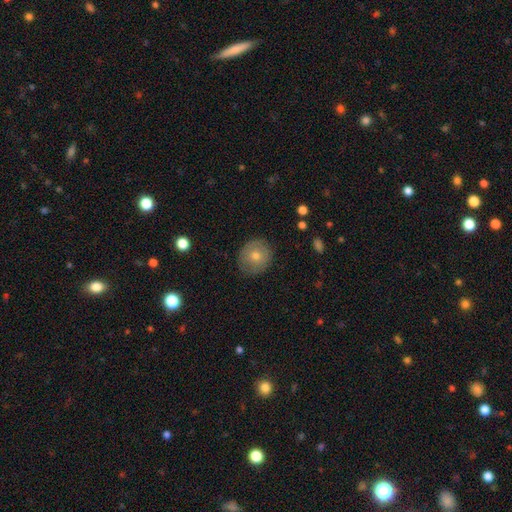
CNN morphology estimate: Overall: smooth (62%; featured or disk 28%). How rounded: round (83%). Merging: none (85%).